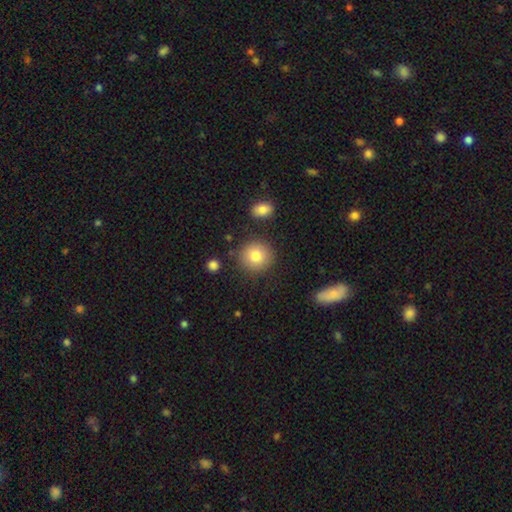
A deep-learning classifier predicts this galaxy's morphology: Q: Smooth or featured?
A: smooth (81%); runner-up: featured or disk (9%)
Q: How rounded?
A: round (90%); runner-up: in between (9%)
Q: Merging?
A: none (84%); runner-up: minor disturbance (9%)